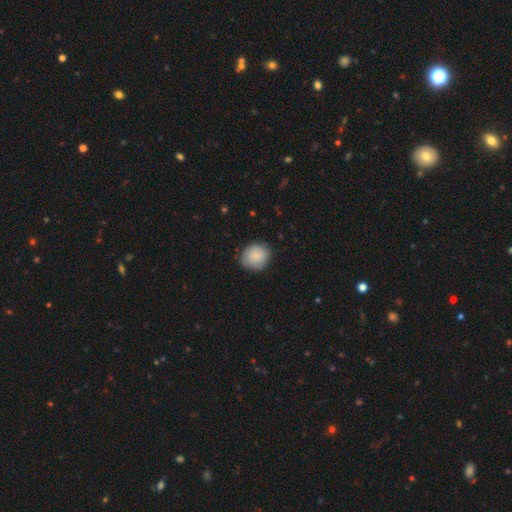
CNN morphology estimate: Smooth or featured?
  - smooth: 84% *
  - featured or disk: 9%
  - star or artifact: 7%
How rounded?
  - round: 84% *
  - in between: 15%
  - cigar-shaped: 1%
Merging?
  - none: 80% *
  - minor disturbance: 16%
  - major disturbance: 3%
  - merger: 1%